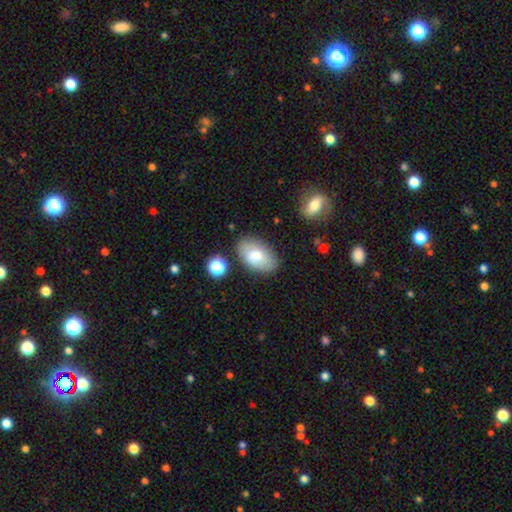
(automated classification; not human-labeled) smooth_or_featured: smooth (p=0.72) [alt: featured or disk p=0.21]
how_rounded: in between (p=0.93) [alt: round p=0.06]
merging: none (p=0.76) [alt: minor disturbance p=0.16]